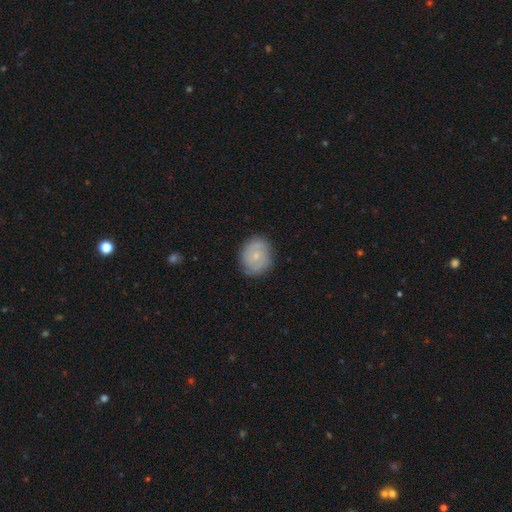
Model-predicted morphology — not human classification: smooth-or-featured: featured or disk: 53% | smooth: 40% | star or artifact: 7%
  disk-edge-on: no: 97% | yes: 3%
    bar: no: 68% | weak: 28% | strong: 4%
    has-spiral-arms: yes: 81% | no: 19%
    bulge-size: small: 73% | moderate: 22% | none: 4% | large: 1% | dominant: 1%
  merging: none: 82% | minor disturbance: 14% | major disturbance: 3% | merger: 1%